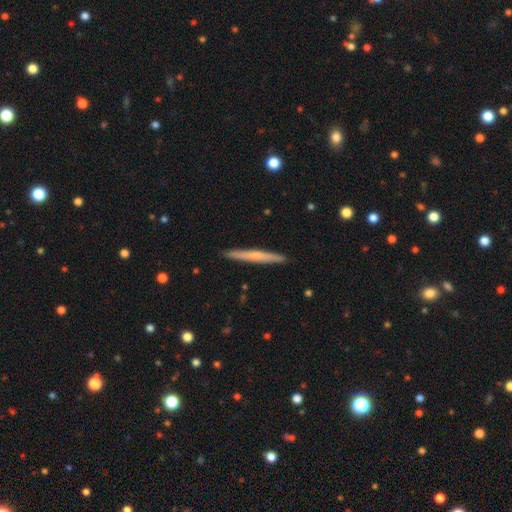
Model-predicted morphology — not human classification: Smooth or featured? Predicted: smooth (p=0.49). Merging? Predicted: none (p=0.91).